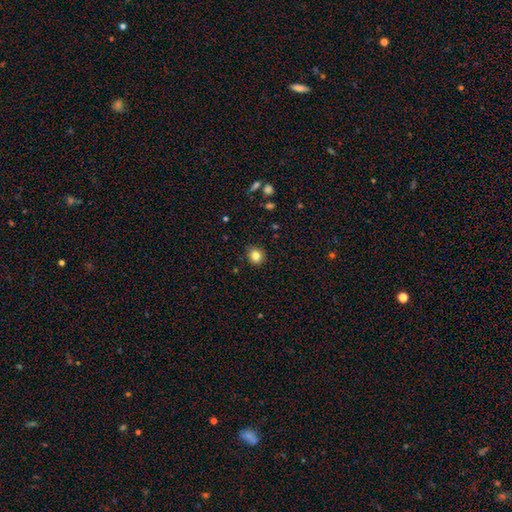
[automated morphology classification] type=smooth (84%); roundness=round (79%); merging=none (88%).